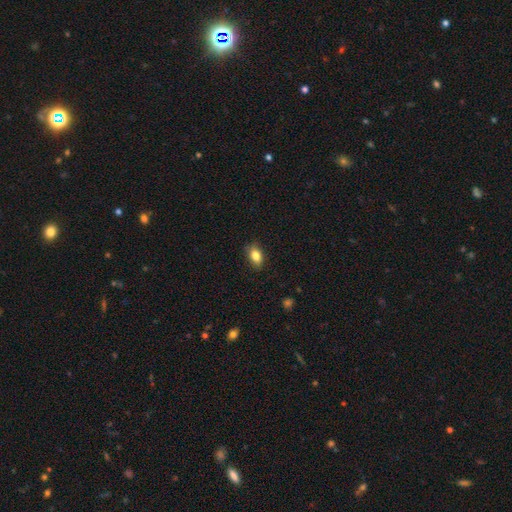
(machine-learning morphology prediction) Smooth or featured: smooth — 84% (star or artifact — 8%)
How rounded: in between — 87% (round — 9%)
Merging: none — 82% (minor disturbance — 14%)